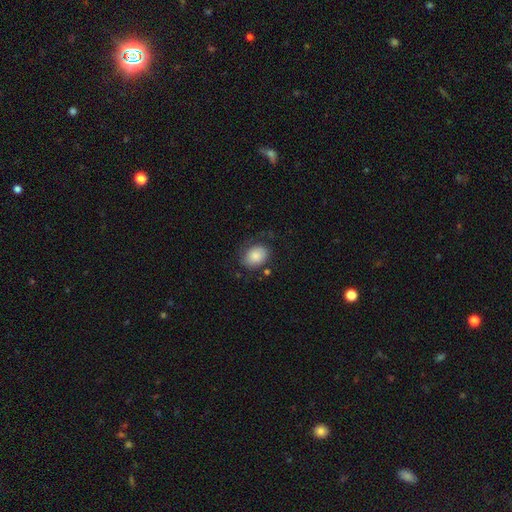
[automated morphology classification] The model was most divided on "how rounded": in between: 65%, round: 34%, cigar-shaped: 1%. More confident: smooth or featured — smooth (78%); merging — none (61%).